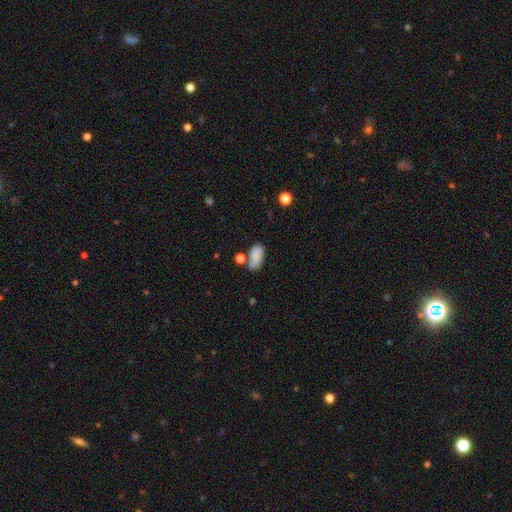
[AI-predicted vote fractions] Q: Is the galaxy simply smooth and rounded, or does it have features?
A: smooth — 79%.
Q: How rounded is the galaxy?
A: in between — 92%.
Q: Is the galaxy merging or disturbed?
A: none — 49%.